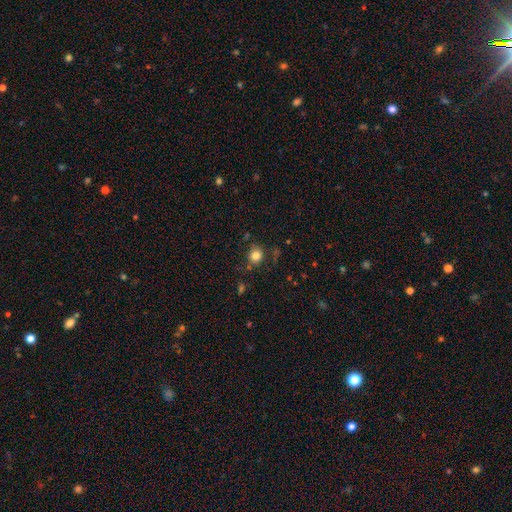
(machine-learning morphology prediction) Smooth or featured?
  - smooth: 81% *
  - star or artifact: 12%
  - featured or disk: 7%
How rounded?
  - round: 80% *
  - in between: 19%
  - cigar-shaped: 1%
Merging?
  - none: 77% *
  - minor disturbance: 14%
  - major disturbance: 5%
  - merger: 5%